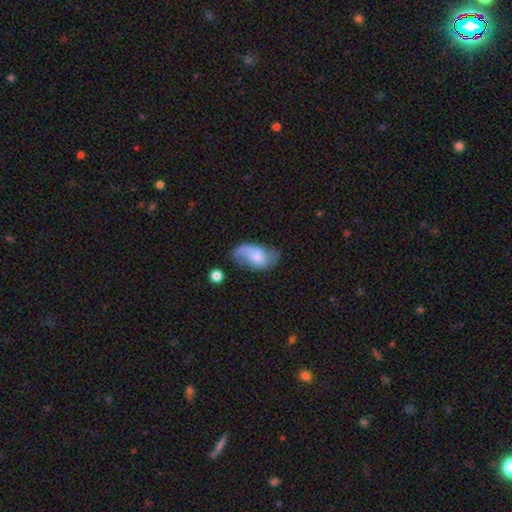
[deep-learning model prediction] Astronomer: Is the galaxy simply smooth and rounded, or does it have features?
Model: featured or disk — 46%, tied with smooth at 46%.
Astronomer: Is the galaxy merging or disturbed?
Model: none — 40% (runner-up: minor disturbance, 31%).